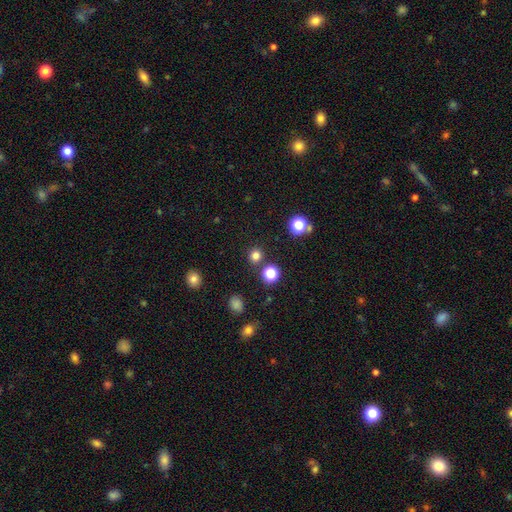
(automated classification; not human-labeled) Smooth or featured? Predicted: smooth (p=0.77). How rounded? Predicted: round (p=0.92). Merging? Predicted: none (p=0.86).